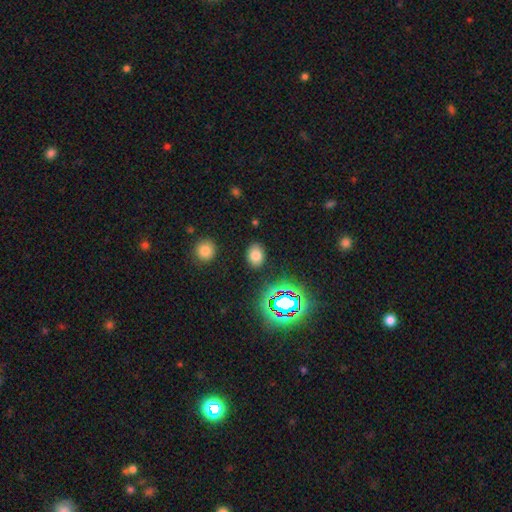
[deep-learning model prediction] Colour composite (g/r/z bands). It shows a smooth galaxy with no disk features (72%) that is in between round and cigar-shaped (70%). Merging: none (86%).